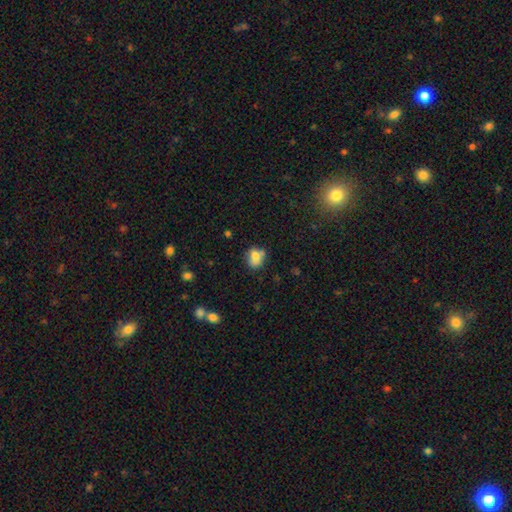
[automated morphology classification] Smooth or featured? Predicted: smooth (p=0.72). How rounded? Predicted: round (p=0.65). Merging? Predicted: none (p=0.54).